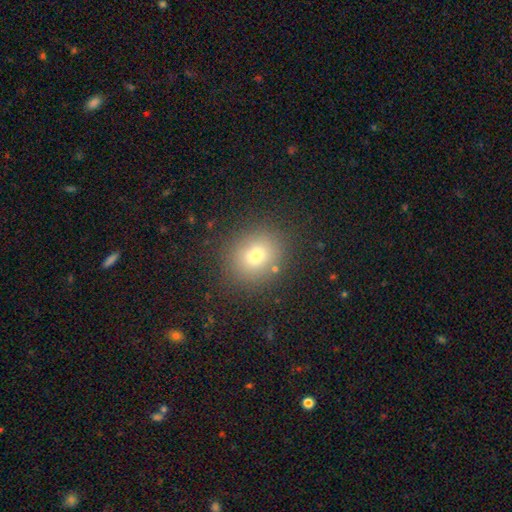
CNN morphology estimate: Smooth or featured: smooth — 74% (star or artifact — 15%)
How rounded: round — 73% (in between — 26%)
Merging: none — 86% (minor disturbance — 9%)